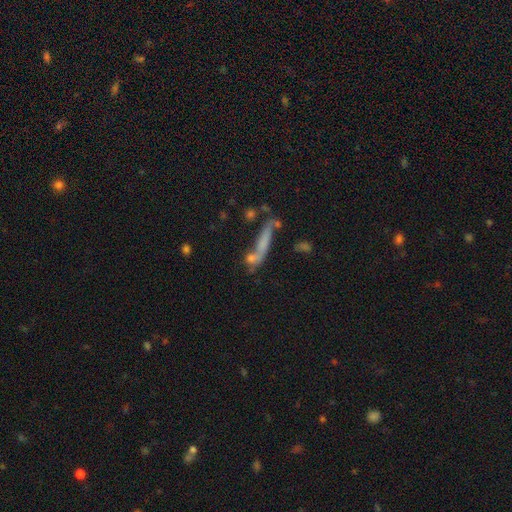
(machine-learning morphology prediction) smooth-or-featured: smooth: 58% | featured or disk: 30% | star or artifact: 12%
  how-rounded: cigar-shaped: 72% | in between: 21% | round: 7%
  merging: none: 43% | merger: 30% | minor disturbance: 15% | major disturbance: 12%